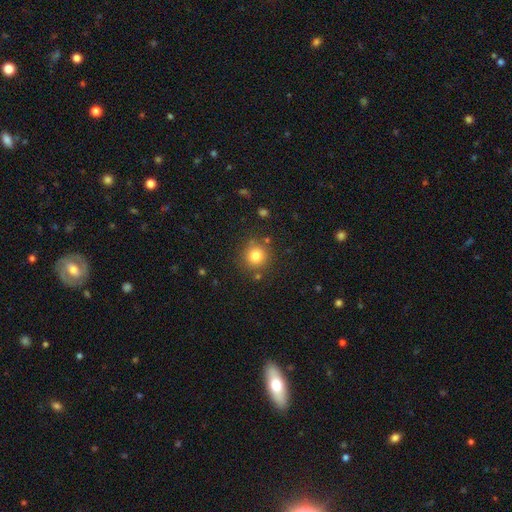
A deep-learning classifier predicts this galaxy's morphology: A smooth galaxy with no disk features (81%) that is round (93%).

Vote fractions:
- Smooth or featured? smooth: 81% / star or artifact: 13% / featured or disk: 7%
- How rounded? round: 93% / in between: 6% / cigar-shaped: 1%
- Merging? none: 83% / minor disturbance: 9% / merger: 5% / major disturbance: 3%